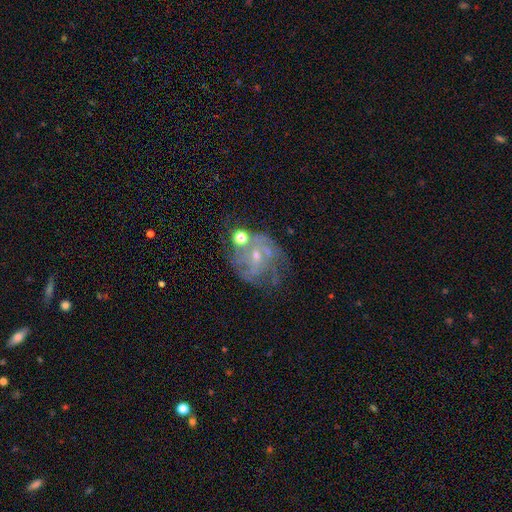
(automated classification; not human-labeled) featured or disk 74%, smooth 13%, star or artifact 13%. Down the decision tree: edge-on disk — no (98%); bar — no (61%); spiral arms — yes (81%); spiral arm count — can't tell (43%); spiral winding — tight (43%); bulge size — small (71%); merging — none (50%).